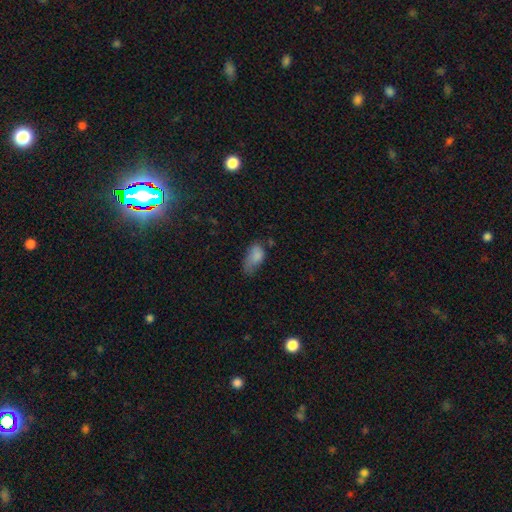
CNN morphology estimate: smooth_or_featured: smooth (p=0.79) [alt: featured or disk p=0.11]
how_rounded: in between (p=0.91) [alt: round p=0.05]
merging: minor disturbance (p=0.39) [alt: none p=0.30]